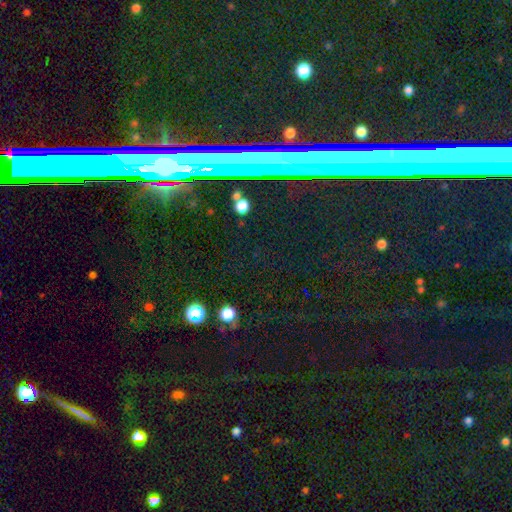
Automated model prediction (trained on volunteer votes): Morphology: type=star or artifact (71%).